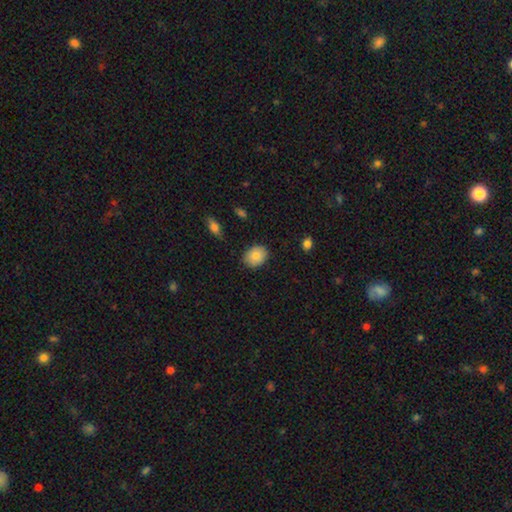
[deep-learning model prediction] smooth_or_featured: smooth (p=0.81) [alt: featured or disk p=0.12]
how_rounded: in between (p=0.61) [alt: round p=0.38]
merging: none (p=0.85) [alt: minor disturbance p=0.11]